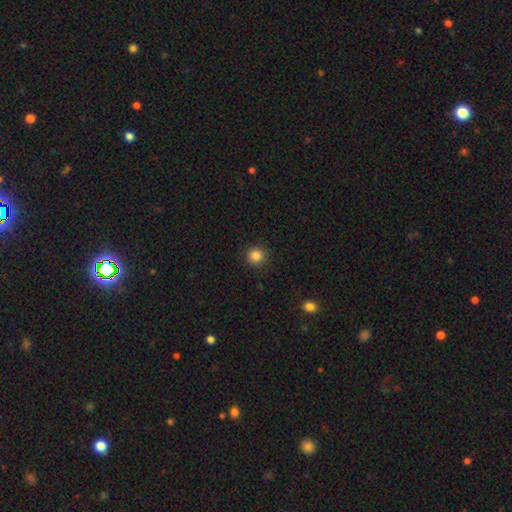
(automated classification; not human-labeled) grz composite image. It shows a smooth galaxy with no disk features (85%) that is round (95%). Merging: none (92%).